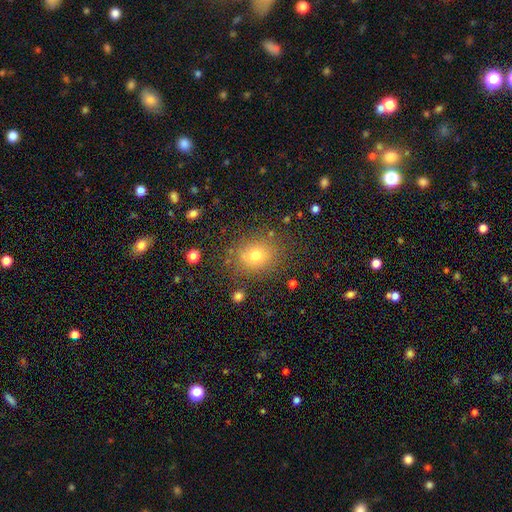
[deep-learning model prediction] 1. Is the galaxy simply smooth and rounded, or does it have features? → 73% smooth, 16% star or artifact, 11% featured or disk.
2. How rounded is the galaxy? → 69% round, 30% in between, 1% cigar-shaped.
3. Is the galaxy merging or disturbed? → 80% none, 12% minor disturbance, 5% major disturbance, 3% merger.